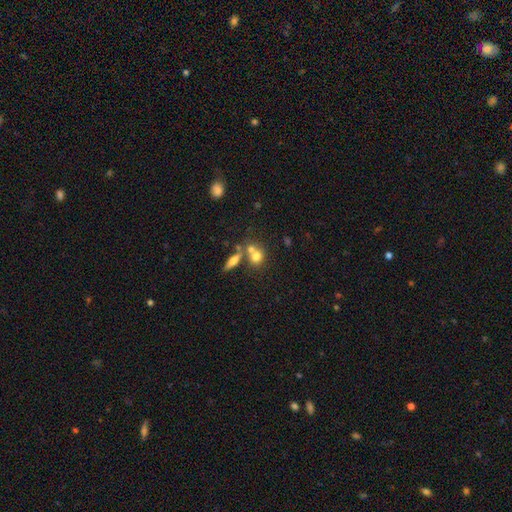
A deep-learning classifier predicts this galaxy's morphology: smooth-or-featured: smooth: 70% | featured or disk: 18% | star or artifact: 12%
  how-rounded: round: 67% | in between: 29% | cigar-shaped: 4%
  merging: none: 44% | merger: 42% | minor disturbance: 9% | major disturbance: 4%